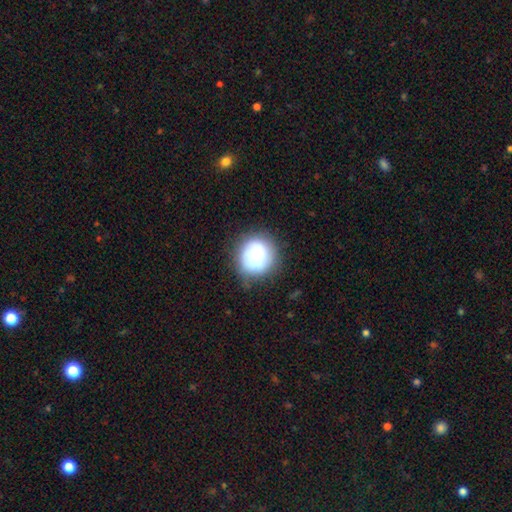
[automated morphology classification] A smooth galaxy with no disk features (79%) that is round (85%). Merging: none (69%).